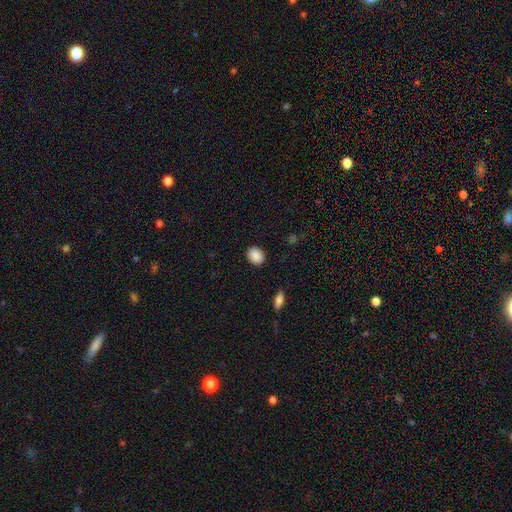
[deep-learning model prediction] This appears to be a smooth galaxy with no disk features (89%) that is in between round and cigar-shaped (50%). Merging: none (89%).